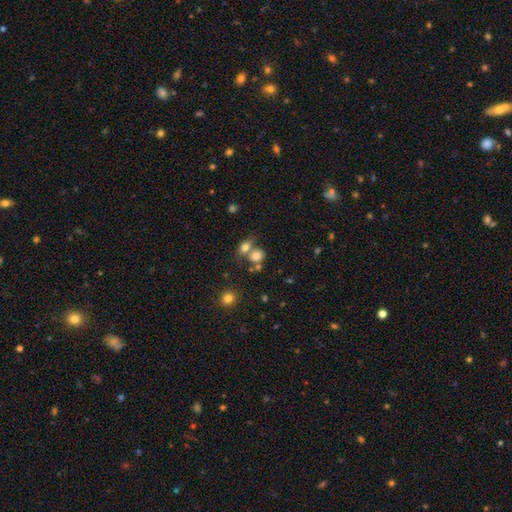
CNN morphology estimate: Smooth or featured?
  - smooth: 77% *
  - star or artifact: 13%
  - featured or disk: 11%
How rounded?
  - round: 50% *
  - in between: 48%
  - cigar-shaped: 2%
Merging?
  - merger: 44% *
  - none: 39%
  - minor disturbance: 11%
  - major disturbance: 6%